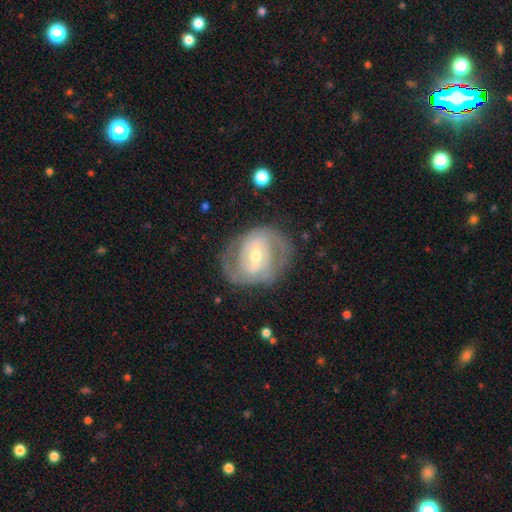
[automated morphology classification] Smooth or featured? featured or disk (83%)
Edge-on disk? no (97%)
Bar? weak (46%)
Spiral arms? yes (88%)
Spiral winding? tight (50%)
Spiral arm count? 2 (68%)
Bulge size? moderate (58%)
Merging? none (72%)